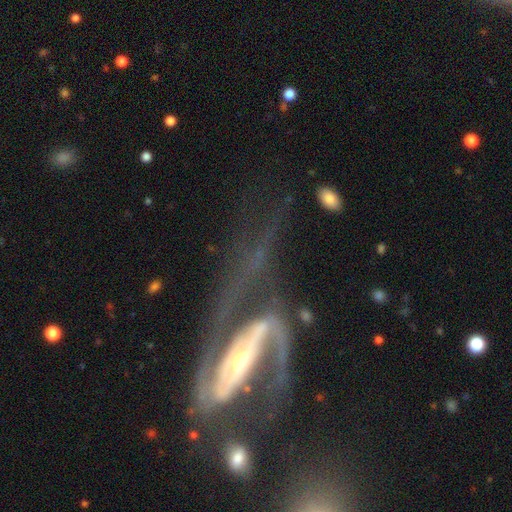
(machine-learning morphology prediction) smooth-or-featured: featured or disk: 89% | star or artifact: 6% | smooth: 5%
  disk-edge-on: no: 90% | yes: 10%
    bar: strong: 51% | weak: 27% | no: 22%
    has-spiral-arms: yes: 93% | no: 7%
      spiral-winding: medium: 45% | loose: 32% | tight: 23%
      spiral-arm-count: 2: 82% | can't tell: 6% | 1: 6% | 3: 3% | 4: 2% | more than 4: 2%
    bulge-size: small: 58% | moderate: 35% | large: 3% | none: 2% | dominant: 1%
  merging: none: 39% | major disturbance: 34% | minor disturbance: 16% | merger: 11%